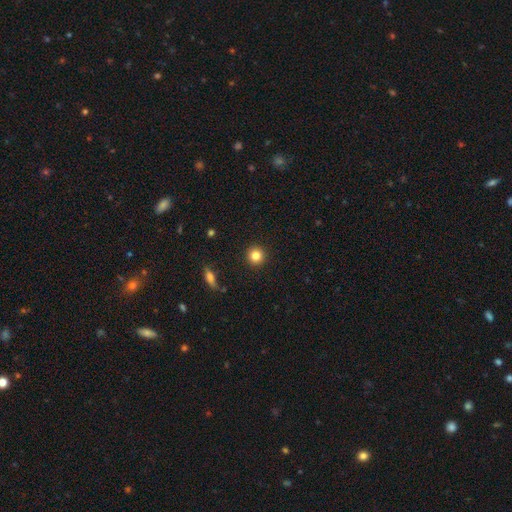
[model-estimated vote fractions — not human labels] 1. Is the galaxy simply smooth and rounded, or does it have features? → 83% smooth, 11% star or artifact, 6% featured or disk.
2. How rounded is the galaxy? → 95% round, 4% in between, 1% cigar-shaped.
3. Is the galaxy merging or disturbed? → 92% none, 5% minor disturbance, 2% major disturbance, 1% merger.